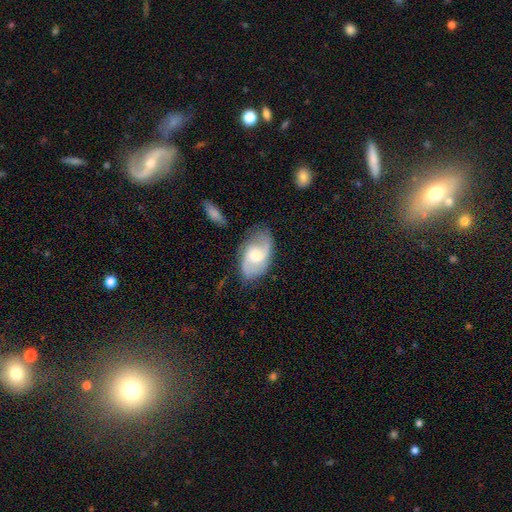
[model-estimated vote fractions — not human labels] Overall: featured or disk (73%). Edge-on disk: no (96%). Bar: no (54%; weak 40%). Spiral arms: yes (92%). Spiral arm count: 2 (83%). Spiral winding: medium (48%; loose 32%). Bulge size: moderate (63%; small 28%). Merging: none (72%).